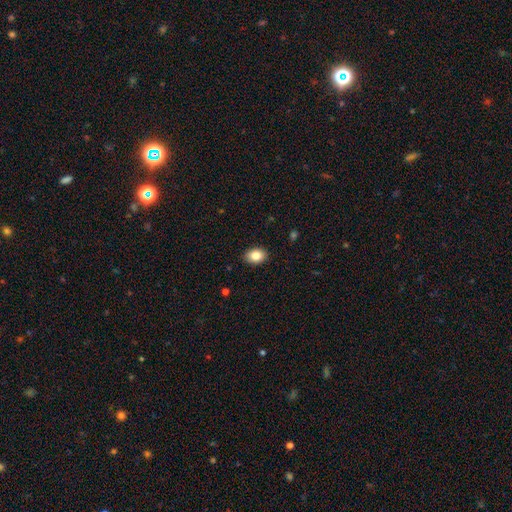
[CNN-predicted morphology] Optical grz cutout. It shows a smooth galaxy with no disk features (85%) that is in between round and cigar-shaped (73%). Merging: none (90%).